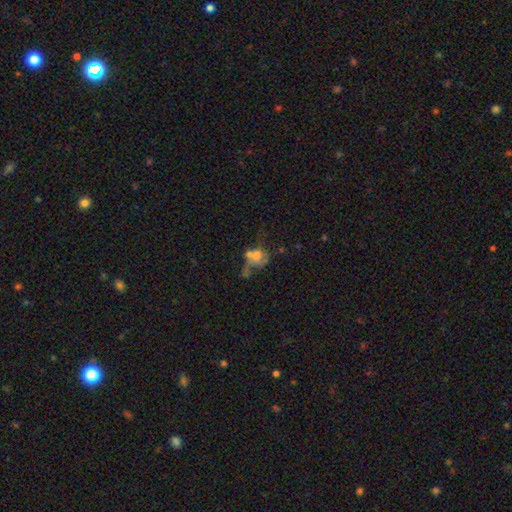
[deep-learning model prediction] Q: Smooth or featured?
A: smooth (46%); runner-up: featured or disk (40%)
Q: Merging?
A: merger (40%); runner-up: major disturbance (30%)